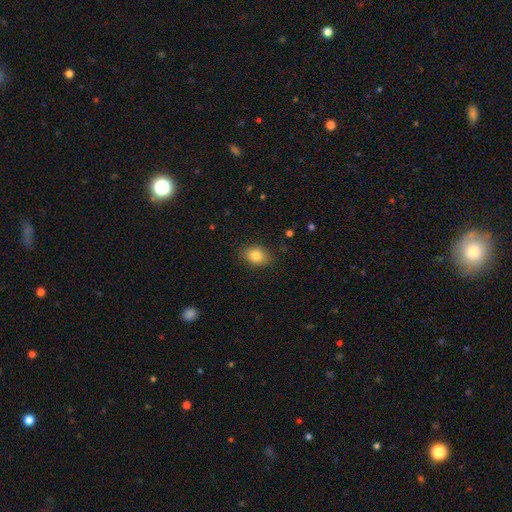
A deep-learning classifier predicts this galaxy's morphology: type=smooth (84%); roundness=in between (61%); merging=none (85%).